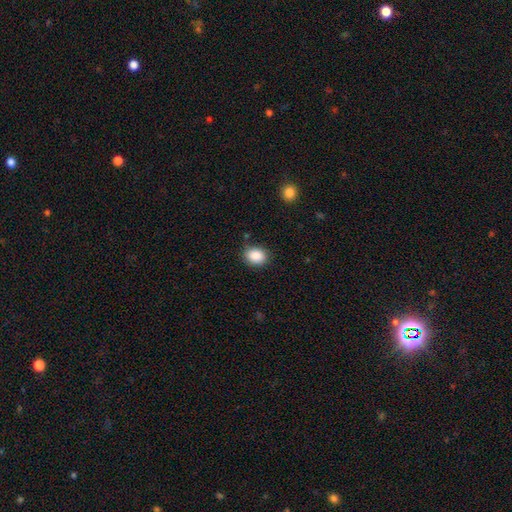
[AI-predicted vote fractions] This appears to be a smooth galaxy with no disk features (88%) that is in between round and cigar-shaped (52%). Merging: none (83%).